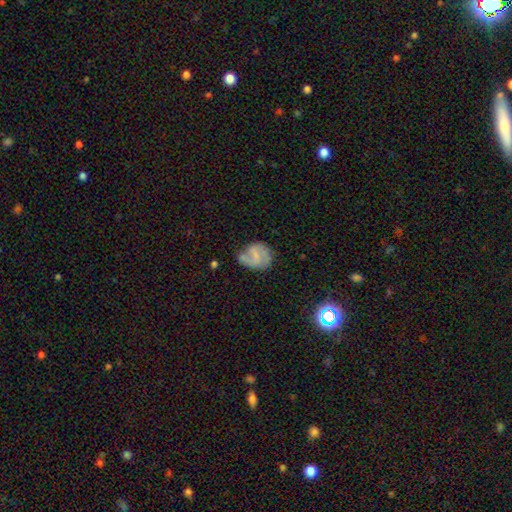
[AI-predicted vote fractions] Overall: featured or disk (50%; smooth 41%). Edge-on disk: no (98%). Merging: none (50%; minor disturbance 28%).